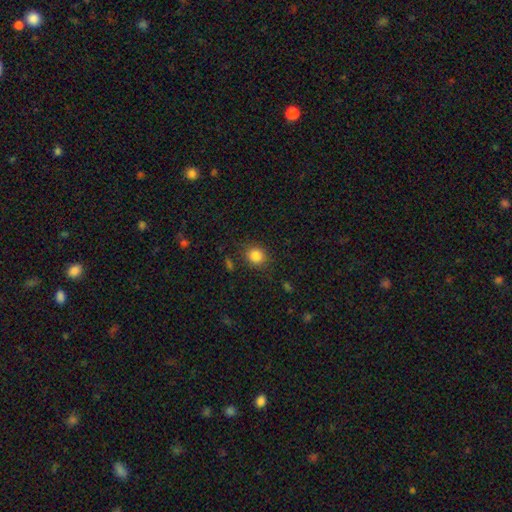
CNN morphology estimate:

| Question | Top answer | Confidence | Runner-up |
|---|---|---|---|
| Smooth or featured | smooth | 84% | star or artifact (11%) |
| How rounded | round | 78% | in between (21%) |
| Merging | none | 83% | minor disturbance (11%) |